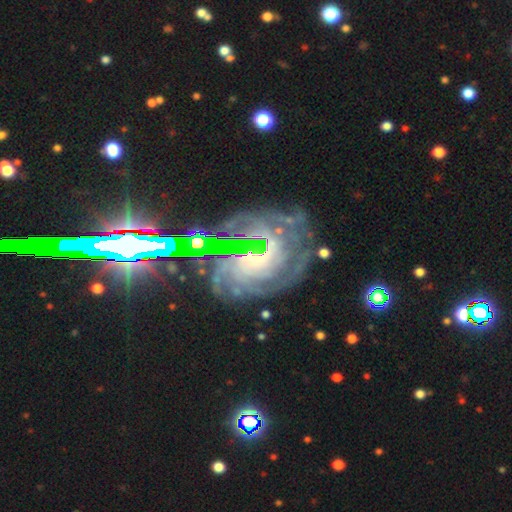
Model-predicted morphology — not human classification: Smooth or featured?
  - featured or disk: 79% *
  - star or artifact: 13%
  - smooth: 8%
Edge-on disk?
  - no: 97% *
  - yes: 3%
Bar?
  - no: 61% *
  - weak: 28%
  - strong: 11%
Spiral arms?
  - yes: 94% *
  - no: 6%
Spiral winding?
  - tight: 69% *
  - medium: 25%
  - loose: 7%
Spiral arm count?
  - can't tell: 36% *
  - 4: 15%
  - more than 4: 15%
  - 3: 15%
  - 2: 12%
  - 1: 8%
Bulge size?
  - small: 43% *
  - moderate: 30%
  - none: 17%
  - large: 9%
  - dominant: 2%
Merging?
  - none: 64% *
  - minor disturbance: 19%
  - major disturbance: 13%
  - merger: 4%